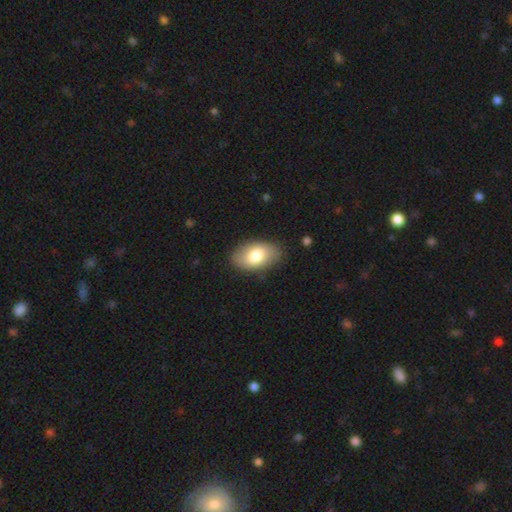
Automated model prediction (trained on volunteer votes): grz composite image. It shows a smooth galaxy with no disk features (77%) that is in between round and cigar-shaped (93%). Merging: none (83%).